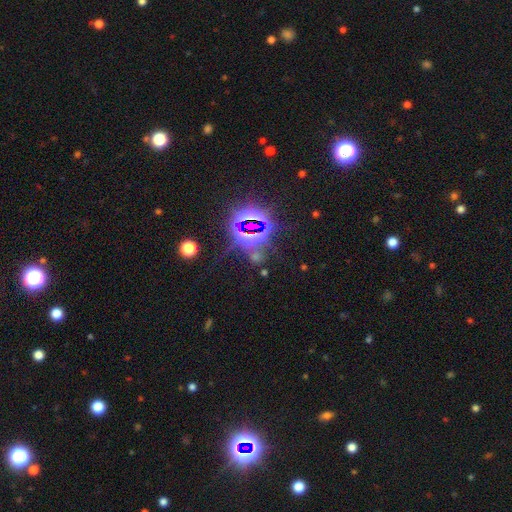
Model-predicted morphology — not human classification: This is likely a star or artifact rather than a galaxy (78%).